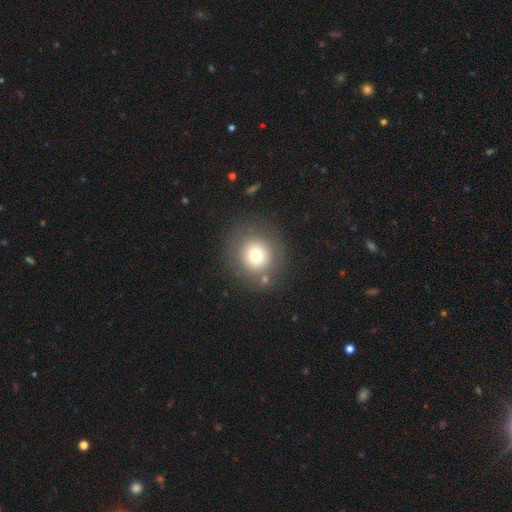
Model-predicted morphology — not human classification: Smooth or featured?
  - smooth: 72% *
  - featured or disk: 15%
  - star or artifact: 13%
How rounded?
  - round: 93% *
  - in between: 7%
  - cigar-shaped: 1%
Merging?
  - none: 80% *
  - minor disturbance: 10%
  - major disturbance: 5%
  - merger: 5%